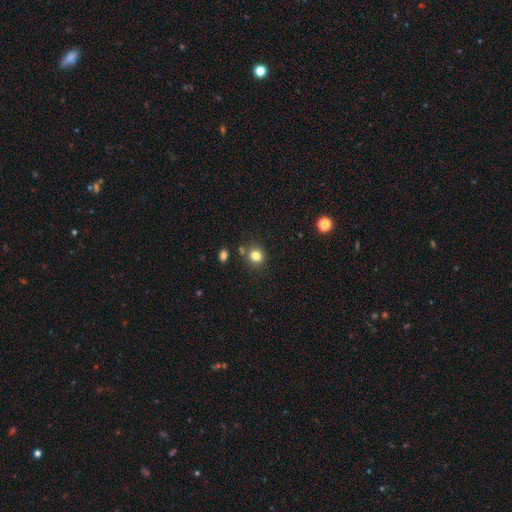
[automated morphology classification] Smooth or featured: smooth — 81% (star or artifact — 13%)
How rounded: round — 84% (in between — 15%)
Merging: none — 78% (minor disturbance — 10%)